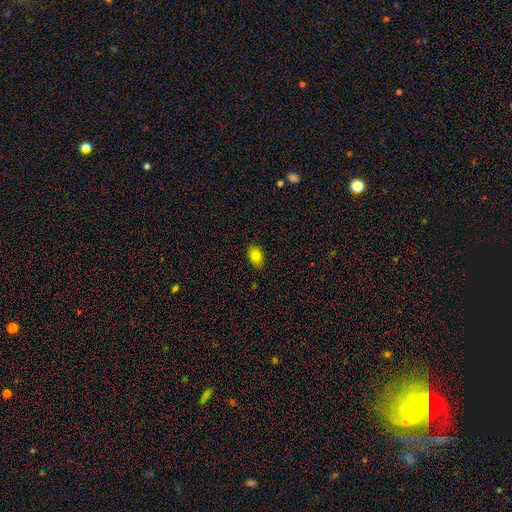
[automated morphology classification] Q: Smooth or featured?
A: smooth (80%); runner-up: featured or disk (11%)
Q: How rounded?
A: in between (86%); runner-up: round (12%)
Q: Merging?
A: none (85%); runner-up: minor disturbance (12%)